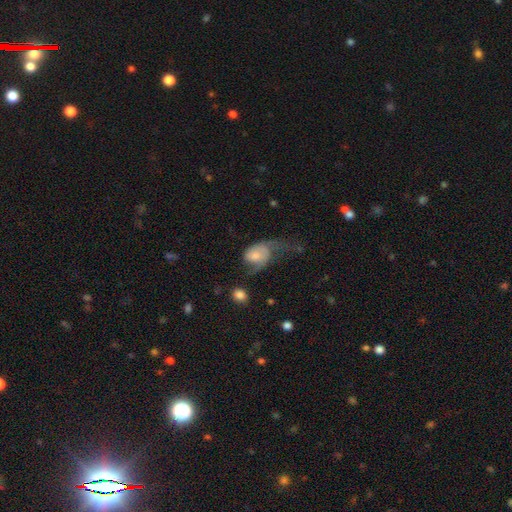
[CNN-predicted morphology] A smooth galaxy with no disk features (46%). Merging: major disturbance (54%).